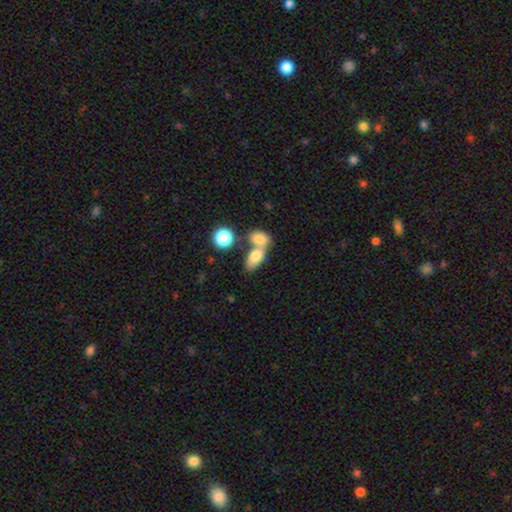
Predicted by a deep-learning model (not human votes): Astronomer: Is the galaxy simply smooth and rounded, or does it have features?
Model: smooth — 76%.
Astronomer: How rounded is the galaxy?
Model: in between — 84%.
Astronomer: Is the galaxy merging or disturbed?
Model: merger — 58%.